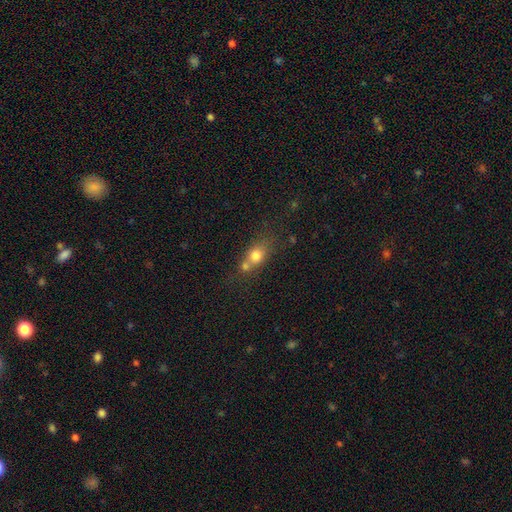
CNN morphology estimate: Smooth or featured: smooth — 73% (featured or disk — 16%)
How rounded: round — 49% (in between — 45%)
Merging: merger — 48% (none — 36%)